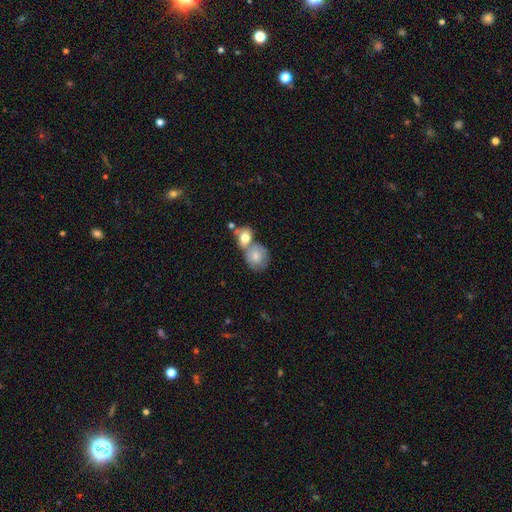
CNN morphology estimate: smooth-or-featured: smooth: 72% | featured or disk: 20% | star or artifact: 8%
  how-rounded: round: 71% | in between: 28% | cigar-shaped: 1%
  merging: merger: 53% | none: 32% | minor disturbance: 10% | major disturbance: 4%